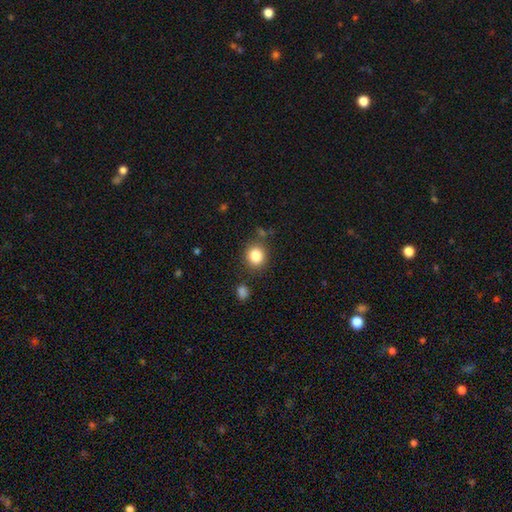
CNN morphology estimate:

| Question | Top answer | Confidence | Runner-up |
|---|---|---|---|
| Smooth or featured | smooth | 85% | star or artifact (10%) |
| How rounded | round | 84% | in between (15%) |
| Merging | none | 82% | minor disturbance (10%) |